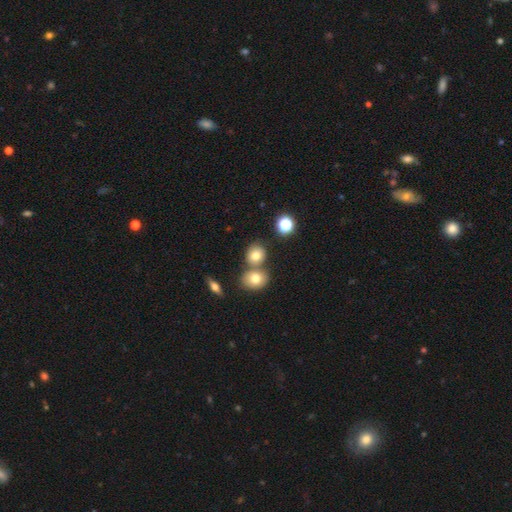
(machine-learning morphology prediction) Smooth or featured: smooth — 74% (star or artifact — 13%)
How rounded: round — 67% (in between — 32%)
Merging: none — 56% (merger — 30%)